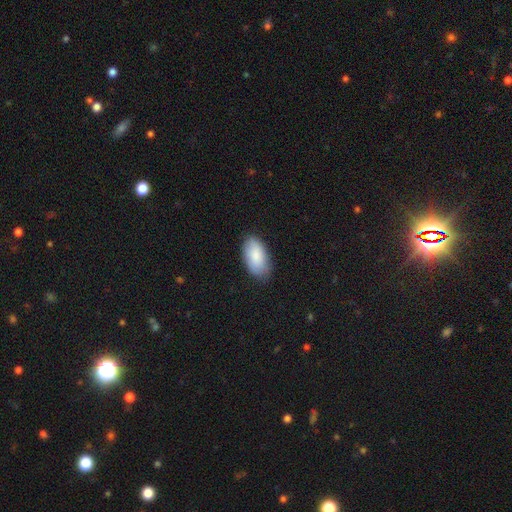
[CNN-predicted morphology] A smooth galaxy with no disk features (87%) that is in between round and cigar-shaped (95%). Merging: none (82%).